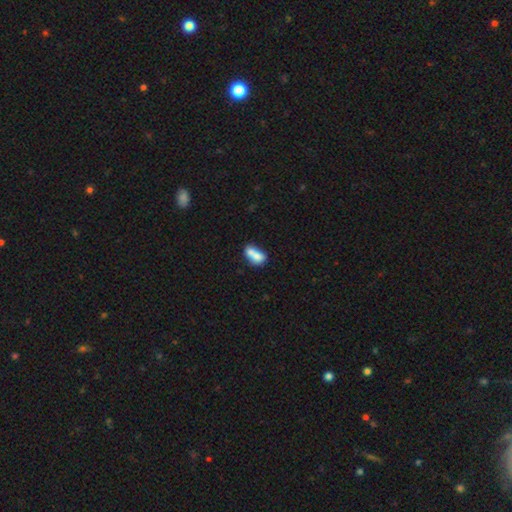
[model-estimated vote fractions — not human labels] Morphology: type=smooth (70%); roundness=in between (71%); merging=merger (68%).